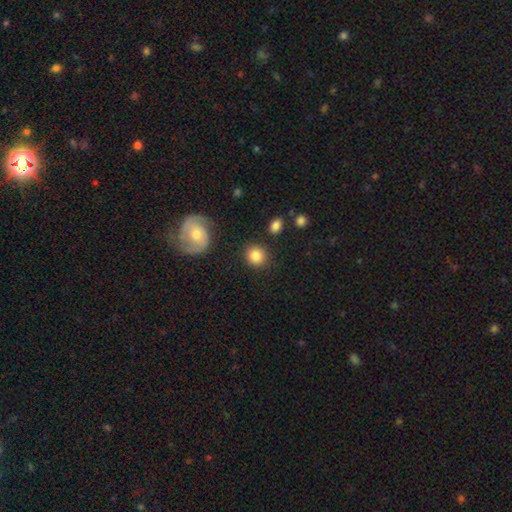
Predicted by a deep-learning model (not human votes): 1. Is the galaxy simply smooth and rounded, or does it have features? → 85% smooth, 8% star or artifact, 6% featured or disk.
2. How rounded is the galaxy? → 87% round, 12% in between, 1% cigar-shaped.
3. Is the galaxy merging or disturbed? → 86% none, 8% minor disturbance, 3% merger, 3% major disturbance.